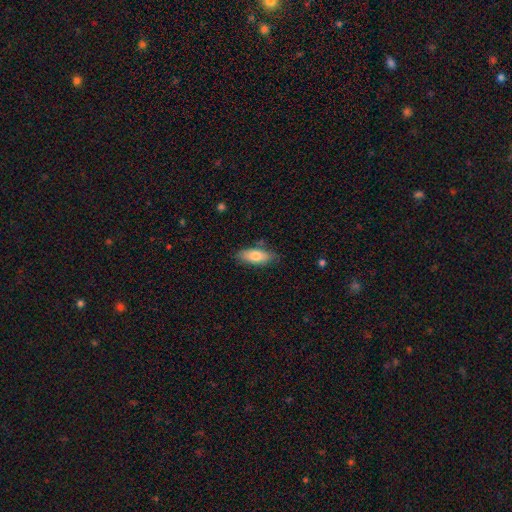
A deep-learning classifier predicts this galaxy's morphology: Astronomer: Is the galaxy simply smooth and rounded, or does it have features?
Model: smooth — 77%.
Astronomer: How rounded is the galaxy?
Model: in between — 78%.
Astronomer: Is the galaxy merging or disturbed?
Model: none — 79%.